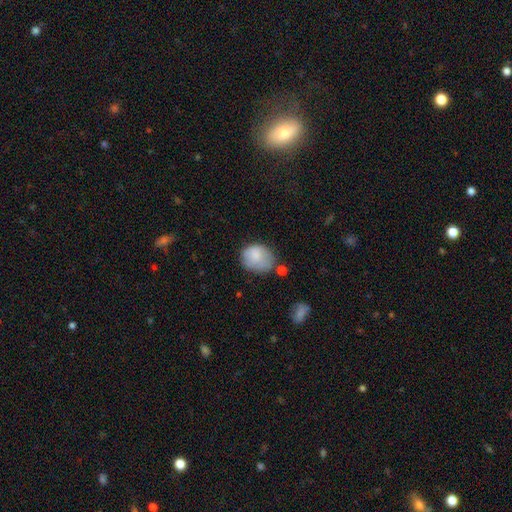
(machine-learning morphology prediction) Smooth or featured? Predicted: smooth (p=0.79). How rounded? Predicted: round (p=0.51). Merging? Predicted: none (p=0.47).